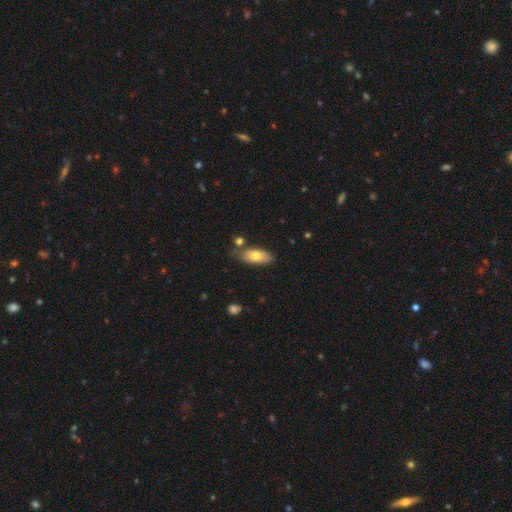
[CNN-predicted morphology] Smooth or featured?
  - smooth: 74% *
  - featured or disk: 20%
  - star or artifact: 6%
How rounded?
  - in between: 83% *
  - cigar-shaped: 14%
  - round: 3%
Merging?
  - none: 70% *
  - minor disturbance: 18%
  - merger: 8%
  - major disturbance: 4%